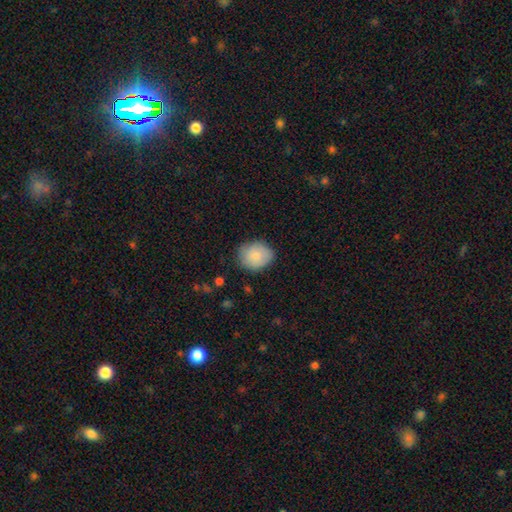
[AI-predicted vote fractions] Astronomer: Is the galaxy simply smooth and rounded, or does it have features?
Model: smooth — 82%.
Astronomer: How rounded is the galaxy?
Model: round — 61% (runner-up: in between, 38%).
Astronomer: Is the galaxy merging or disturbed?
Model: none — 76%.